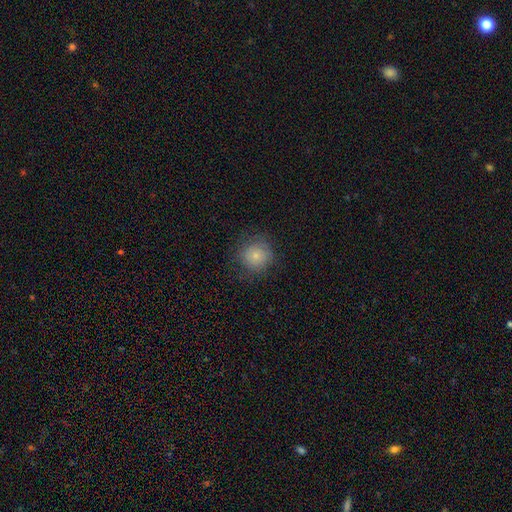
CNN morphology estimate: This appears to be a smooth galaxy with no disk features (79%) that is round (91%). Merging: none (81%).